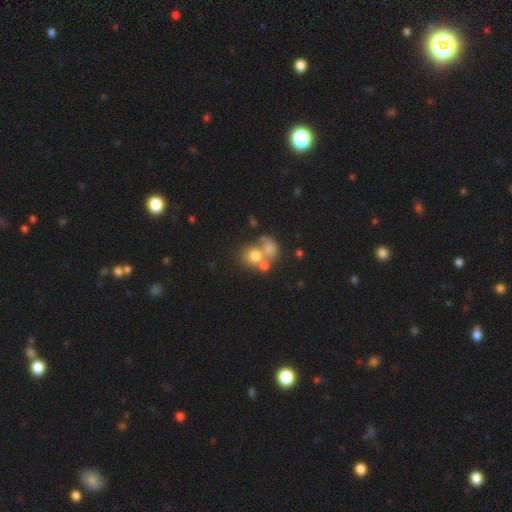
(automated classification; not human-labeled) Smooth or featured? Predicted: smooth (p=0.65). How rounded? Predicted: round (p=0.70). Merging? Predicted: merger (p=0.51).